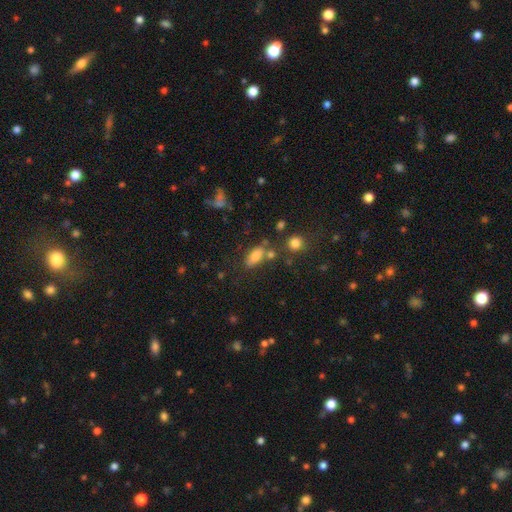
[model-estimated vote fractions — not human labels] Overall: smooth (78%). How rounded: in between (81%). Merging: none (63%).